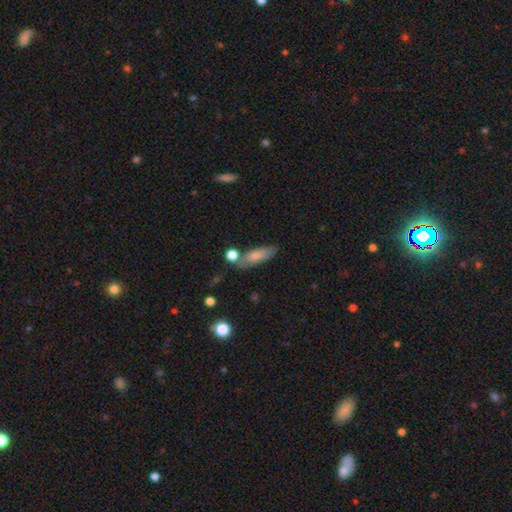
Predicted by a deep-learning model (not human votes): The model was most divided on "how rounded": in between: 58%, cigar-shaped: 39%, round: 4%. More confident: smooth or featured — smooth (74%); merging — none (61%).